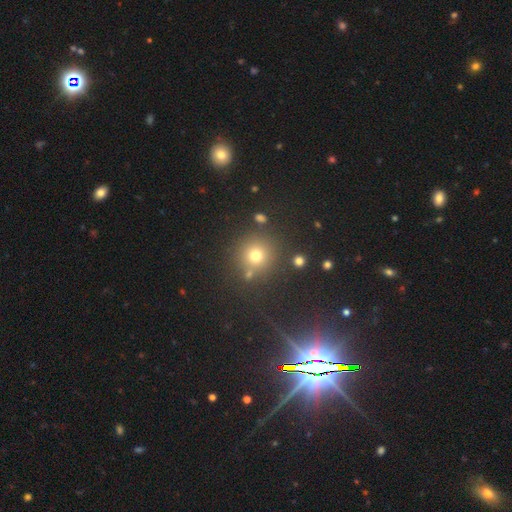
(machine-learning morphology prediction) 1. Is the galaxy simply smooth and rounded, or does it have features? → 72% smooth, 20% star or artifact, 8% featured or disk.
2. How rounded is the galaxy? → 92% round, 7% in between, 1% cigar-shaped.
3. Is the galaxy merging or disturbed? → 79% none, 9% minor disturbance, 8% merger, 4% major disturbance.